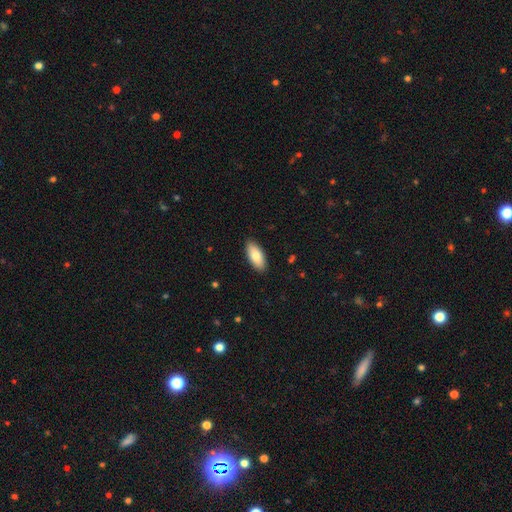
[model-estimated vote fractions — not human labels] This is clearly a smooth galaxy (81%). How rounded: clearly in between (88%). Merging: clearly none (89%).